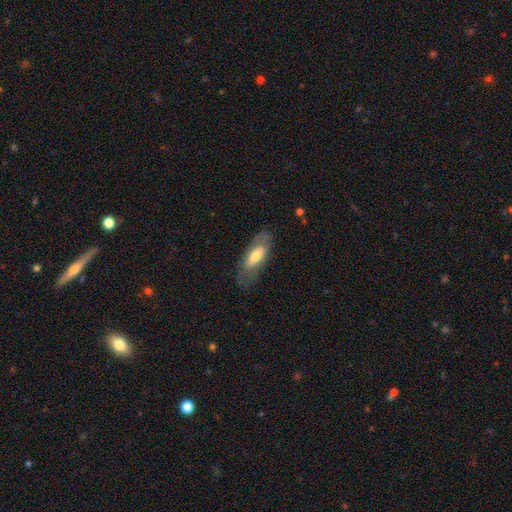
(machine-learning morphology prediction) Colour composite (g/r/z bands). It shows a smooth galaxy with no disk features (53%) that is in between round and cigar-shaped (75%). Merging: none (71%).